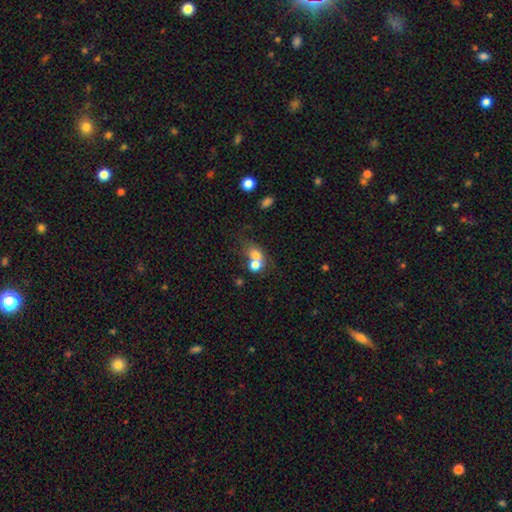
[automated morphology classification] smooth_or_featured: smooth (p=0.71) [alt: featured or disk p=0.17]
how_rounded: round (p=0.58) [alt: in between p=0.41]
merging: merger (p=0.61) [alt: none p=0.26]